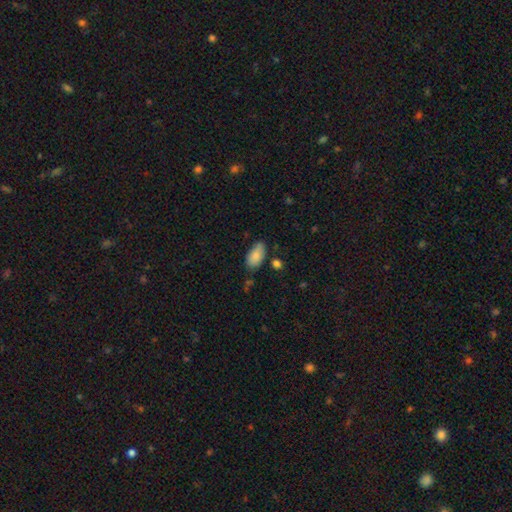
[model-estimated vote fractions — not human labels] This appears to be a smooth galaxy with no disk features (85%) that is in between round and cigar-shaped (93%). Merging: none (69%).